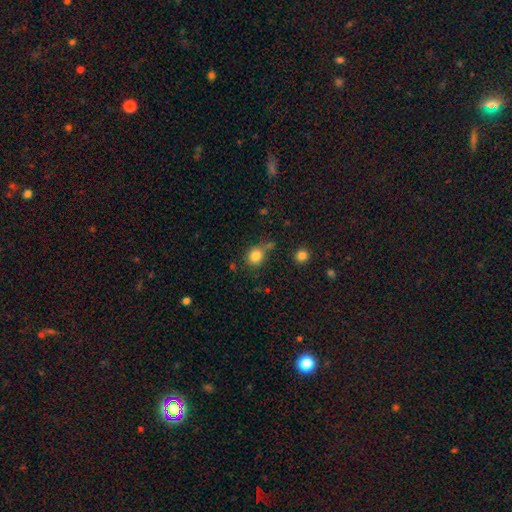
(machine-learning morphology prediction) smooth_or_featured: smooth (p=0.83) [alt: star or artifact p=0.11]
how_rounded: round (p=0.85) [alt: in between p=0.14]
merging: none (p=0.64) [alt: minor disturbance p=0.17]